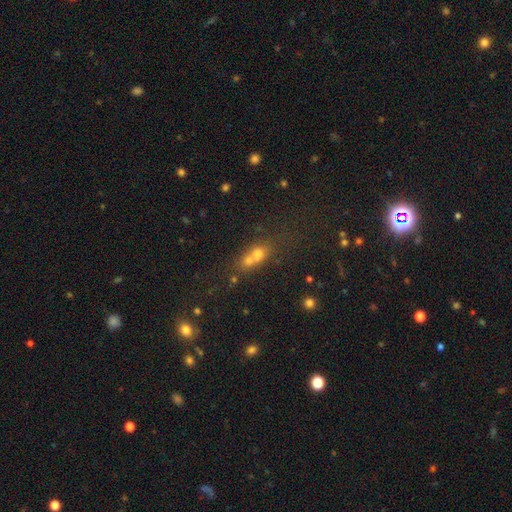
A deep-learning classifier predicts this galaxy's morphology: smooth-or-featured: smooth: 61% | featured or disk: 20% | star or artifact: 19%
  how-rounded: round: 49% | in between: 42% | cigar-shaped: 9%
  merging: merger: 61% | none: 26% | minor disturbance: 8% | major disturbance: 5%